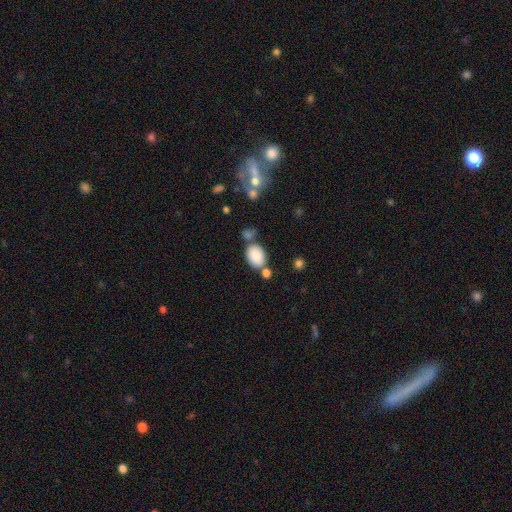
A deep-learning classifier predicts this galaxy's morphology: A smooth galaxy with no disk features (86%) that is in between round and cigar-shaped (78%).

Vote fractions:
- Smooth or featured? smooth: 86% / star or artifact: 8% / featured or disk: 6%
- How rounded? in between: 78% / round: 21% / cigar-shaped: 1%
- Merging? none: 60% / merger: 21% / minor disturbance: 15% / major disturbance: 5%